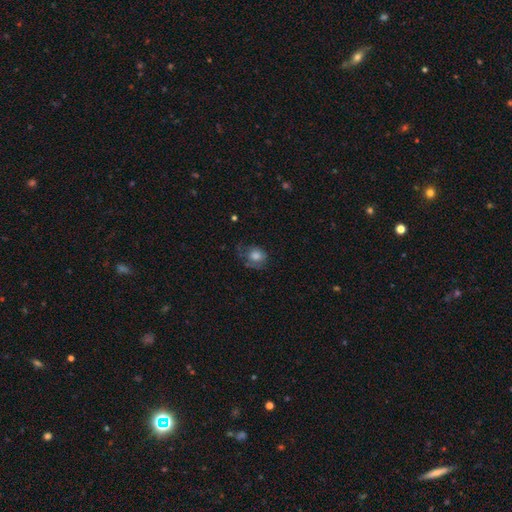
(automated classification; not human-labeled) Smooth or featured? Predicted: smooth (p=0.73). How rounded? Predicted: round (p=0.58). Merging? Predicted: none (p=0.47).